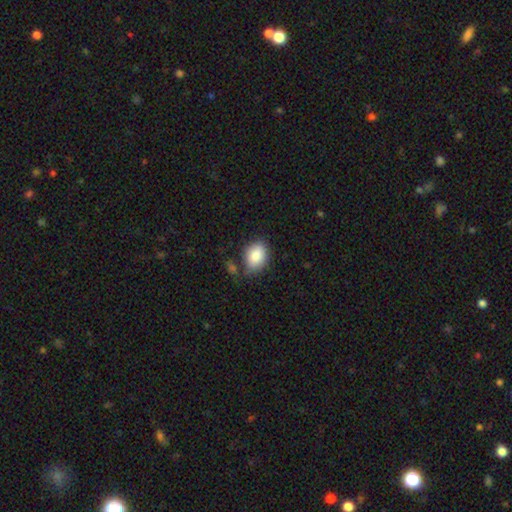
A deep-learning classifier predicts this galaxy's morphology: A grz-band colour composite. It shows a smooth galaxy with no disk features (87%) that is in between round and cigar-shaped (74%). Merging: none (68%).